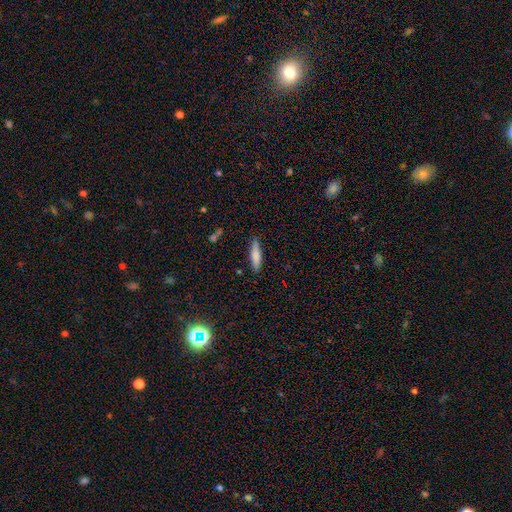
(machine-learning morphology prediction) A smooth galaxy with no disk features (77%) that is cigar-shaped (76%). Merging: none (83%).